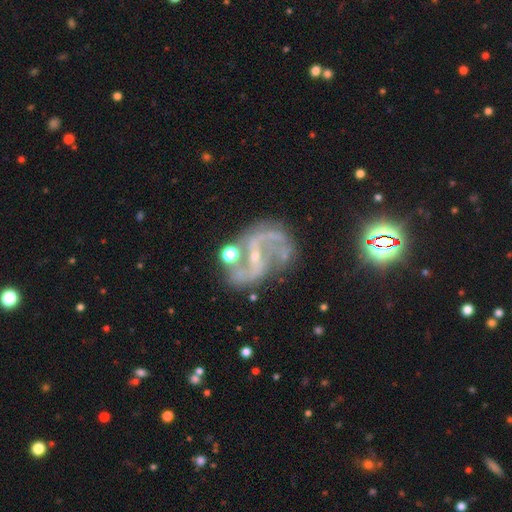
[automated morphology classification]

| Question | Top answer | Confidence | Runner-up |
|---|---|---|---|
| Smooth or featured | featured or disk | 85% | star or artifact (10%) |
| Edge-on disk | no | 98% | yes (2%) |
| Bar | weak | 42% | no (29%) |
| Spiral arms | yes | 94% | no (6%) |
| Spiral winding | loose | 51% | medium (39%) |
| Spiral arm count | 2 | 85% | can't tell (5%) |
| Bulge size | small | 77% | moderate (15%) |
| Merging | none | 50% | minor disturbance (20%) |